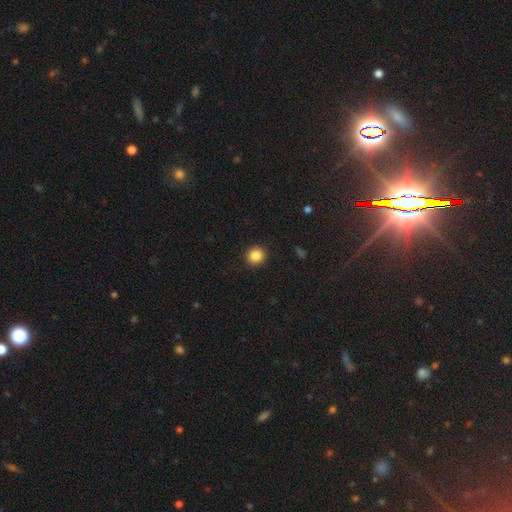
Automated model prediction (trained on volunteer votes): A smooth galaxy with no disk features (86%) that is round (91%).

Vote fractions:
- Smooth or featured? smooth: 86% / star or artifact: 10% / featured or disk: 4%
- How rounded? round: 91% / in between: 8% / cigar-shaped: 1%
- Merging? none: 92% / minor disturbance: 5% / major disturbance: 2% / merger: 1%